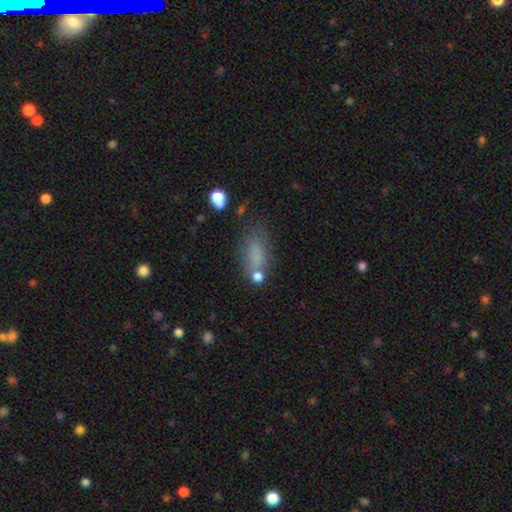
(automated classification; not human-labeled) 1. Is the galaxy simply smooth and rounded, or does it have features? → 71% smooth, 15% featured or disk, 15% star or artifact.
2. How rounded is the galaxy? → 75% in between, 18% cigar-shaped, 7% round.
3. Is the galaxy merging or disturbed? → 49% none, 24% minor disturbance, 15% major disturbance, 11% merger.